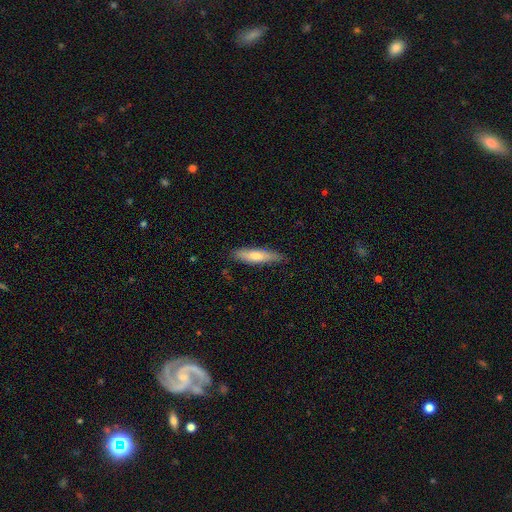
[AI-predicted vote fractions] Q: Smooth or featured?
A: smooth (61%); runner-up: featured or disk (32%)
Q: How rounded?
A: cigar-shaped (82%); runner-up: in between (17%)
Q: Merging?
A: none (85%); runner-up: minor disturbance (11%)